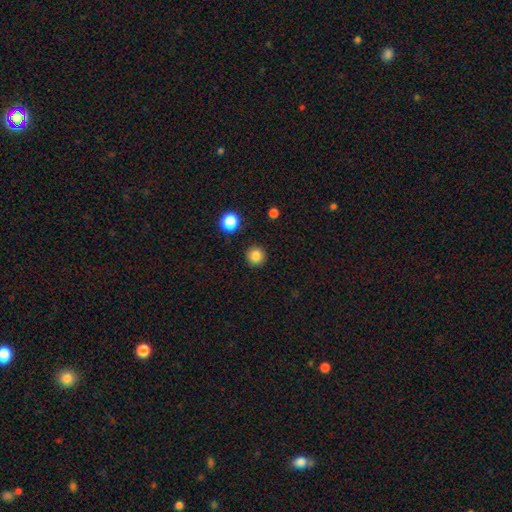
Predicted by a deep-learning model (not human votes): This appears to be a smooth galaxy with no disk features (85%) that is round (96%). Merging: none (92%).